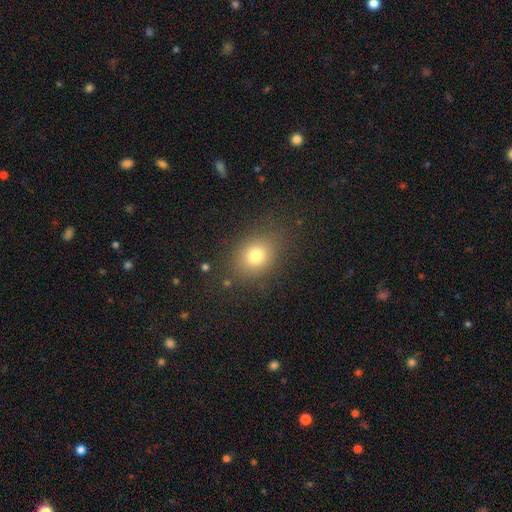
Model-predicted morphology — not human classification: The model was most divided on "how rounded": round: 52%, in between: 47%, cigar-shaped: 1%. More confident: merging — none (82%); smooth or featured — smooth (77%).